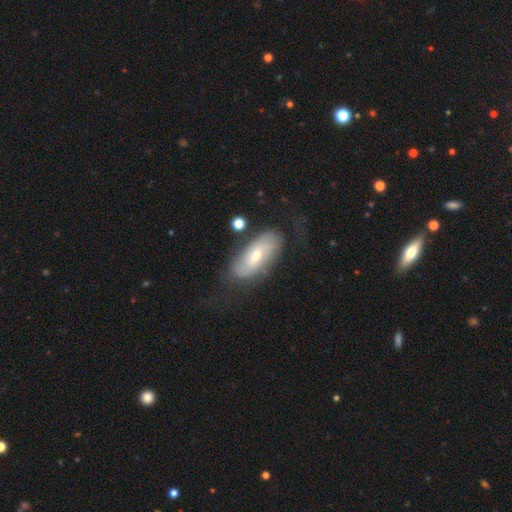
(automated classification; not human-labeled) Smooth or featured? Predicted: featured or disk (p=0.57). Edge-on disk? Predicted: no (p=0.87). Merging? Predicted: none (p=0.66).